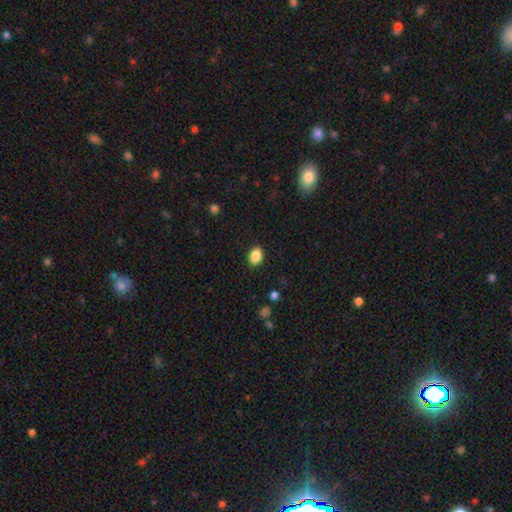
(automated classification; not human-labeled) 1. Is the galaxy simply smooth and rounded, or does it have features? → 88% smooth, 8% star or artifact, 4% featured or disk.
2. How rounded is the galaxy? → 78% in between, 21% round, 1% cigar-shaped.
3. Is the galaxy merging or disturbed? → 88% none, 8% minor disturbance, 2% major disturbance, 1% merger.